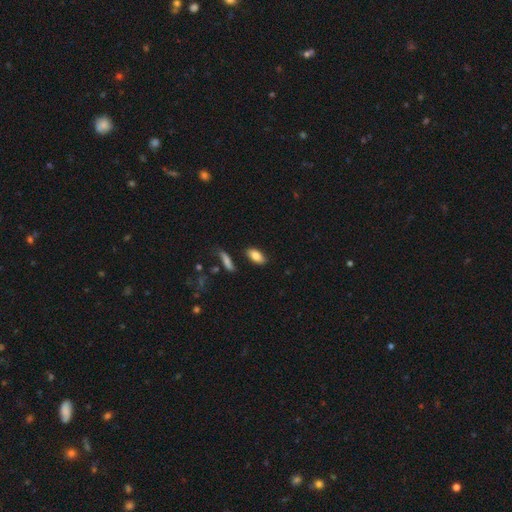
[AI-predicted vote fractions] Smooth or featured? smooth (82%)
How rounded? in between (88%)
Merging? none (83%)